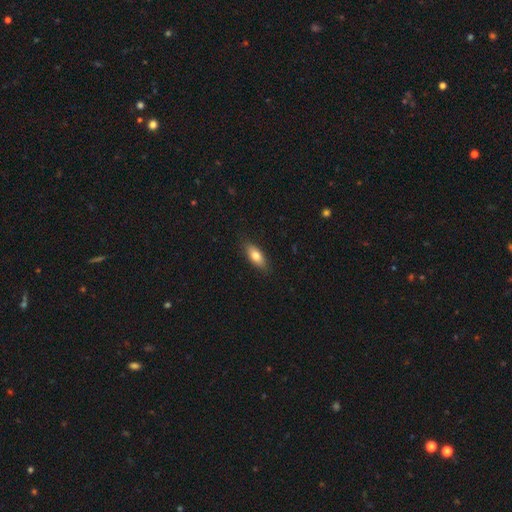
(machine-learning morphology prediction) Smooth or featured? Predicted: smooth (p=0.77). How rounded? Predicted: in between (p=0.79). Merging? Predicted: none (p=0.86).